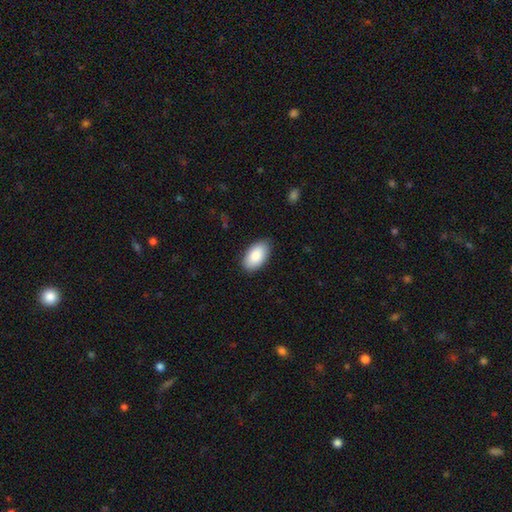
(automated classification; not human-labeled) This is clearly a smooth galaxy (89%). How rounded: clearly in between (96%). Merging: clearly none (85%).